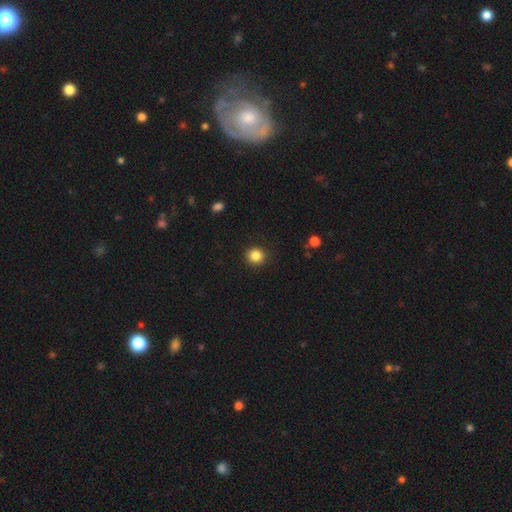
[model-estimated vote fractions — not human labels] Smooth or featured?
  - smooth: 85% *
  - star or artifact: 11%
  - featured or disk: 4%
How rounded?
  - round: 90% *
  - in between: 9%
  - cigar-shaped: 1%
Merging?
  - none: 91% *
  - minor disturbance: 6%
  - major disturbance: 2%
  - merger: 1%